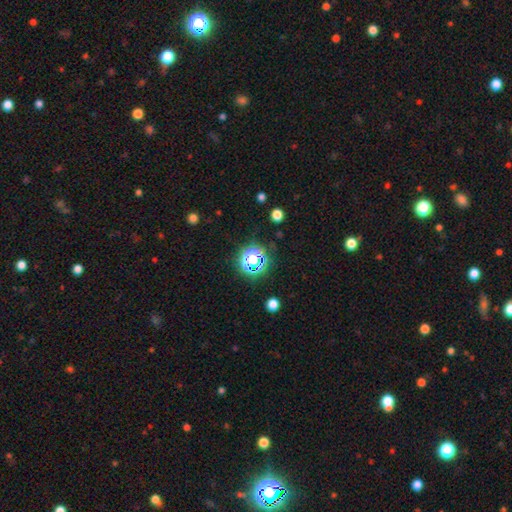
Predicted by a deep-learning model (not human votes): Smooth or featured? star or artifact (60%)